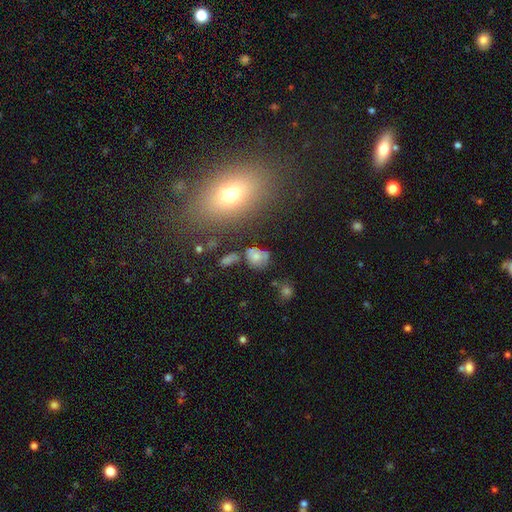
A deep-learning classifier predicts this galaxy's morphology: smooth 61%, featured or disk 24%, star or artifact 15%. Down the decision tree: how rounded — round (55%); merging — none (57%).